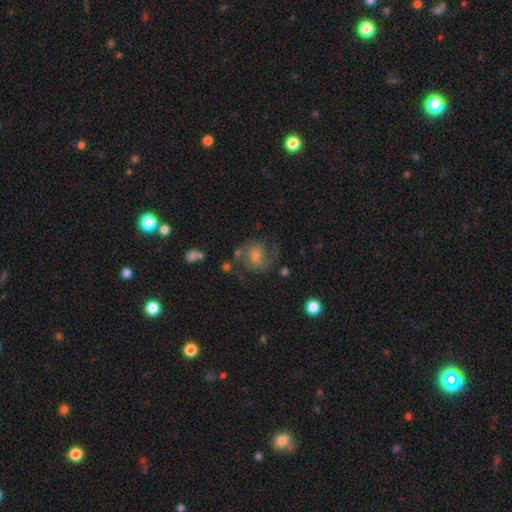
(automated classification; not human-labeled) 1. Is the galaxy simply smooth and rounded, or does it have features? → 68% featured or disk, 20% smooth, 13% star or artifact.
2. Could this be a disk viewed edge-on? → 98% no, 2% yes.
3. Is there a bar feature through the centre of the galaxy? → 49% no, 41% weak, 10% strong.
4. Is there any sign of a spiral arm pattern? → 91% yes, 9% no.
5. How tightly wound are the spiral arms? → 54% medium, 25% tight, 21% loose.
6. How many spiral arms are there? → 79% 2, 10% can't tell, 4% 1, 4% 3, 2% 4, 2% more than 4.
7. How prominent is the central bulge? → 42% small, 36% moderate, 12% none, 8% large, 2% dominant.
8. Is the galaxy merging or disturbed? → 66% none, 17% minor disturbance, 14% major disturbance, 4% merger.